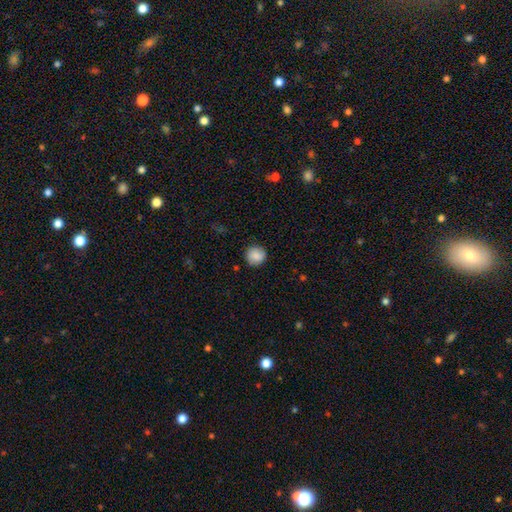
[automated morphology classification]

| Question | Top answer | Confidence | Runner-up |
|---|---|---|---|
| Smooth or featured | smooth | 85% | star or artifact (8%) |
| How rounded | round | 93% | in between (6%) |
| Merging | none | 89% | minor disturbance (8%) |